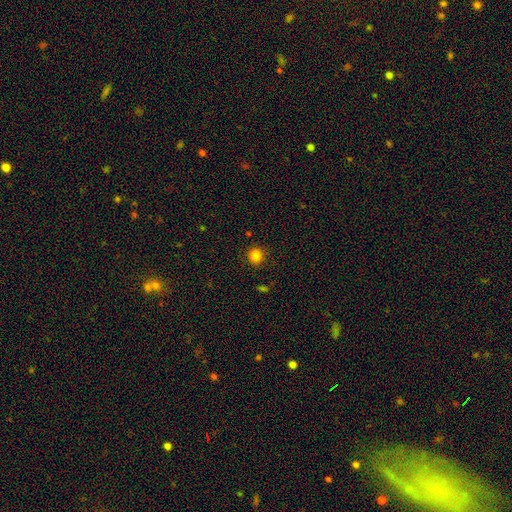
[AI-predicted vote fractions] Smooth or featured: smooth — 83% (star or artifact — 13%)
How rounded: round — 89% (in between — 10%)
Merging: none — 90% (minor disturbance — 6%)